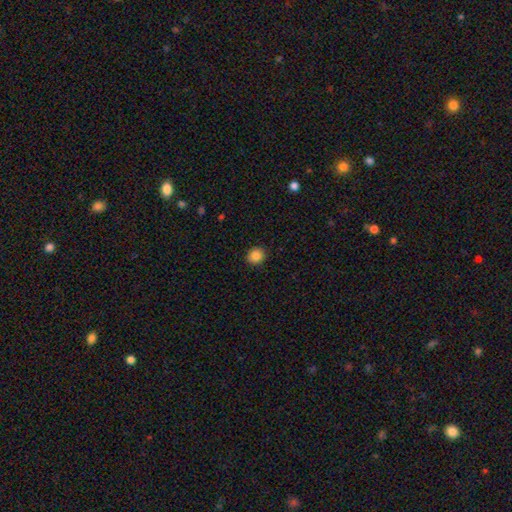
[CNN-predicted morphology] Overall: smooth (86%). How rounded: round (82%). Merging: none (91%).